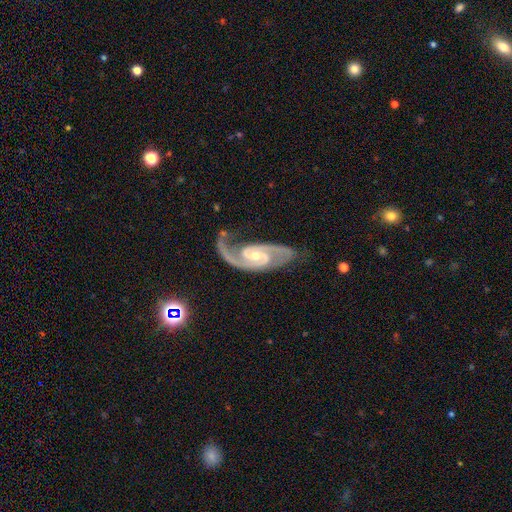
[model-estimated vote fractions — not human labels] This is clearly a featured or disk galaxy (93%). It is clearly not viewed edge-on (97%). Bar: marginally weak (42%). Spiral arm pattern: clearly yes (99%). Spiral arm count: clearly 2 (91%). Spiral winding: possibly medium (57%). Central bulge: possibly small (49%). Merging: likely none (68%).